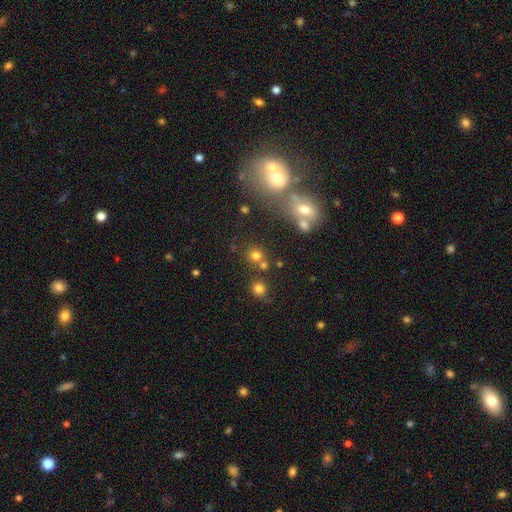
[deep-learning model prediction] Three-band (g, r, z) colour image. It shows a smooth galaxy with no disk features (72%) that is round (88%). Merging: none (69%).